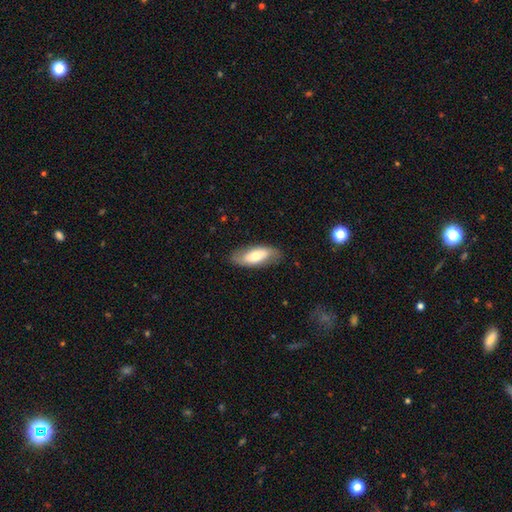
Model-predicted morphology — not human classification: smooth-or-featured: smooth: 56% | featured or disk: 38% | star or artifact: 6%
  how-rounded: in between: 81% | cigar-shaped: 16% | round: 3%
  merging: none: 79% | minor disturbance: 16% | major disturbance: 4% | merger: 1%